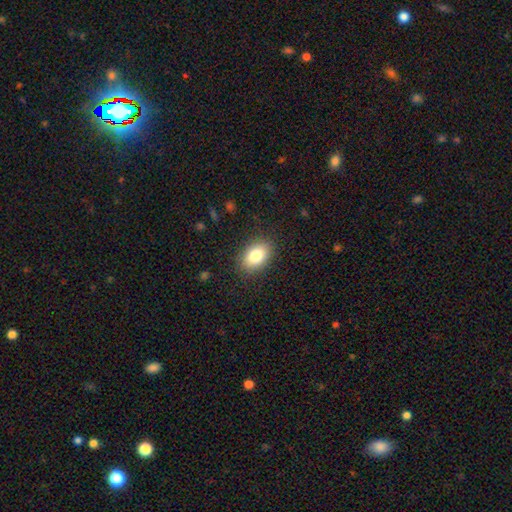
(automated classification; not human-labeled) Overall: smooth (82%). How rounded: in between (86%). Merging: none (86%).